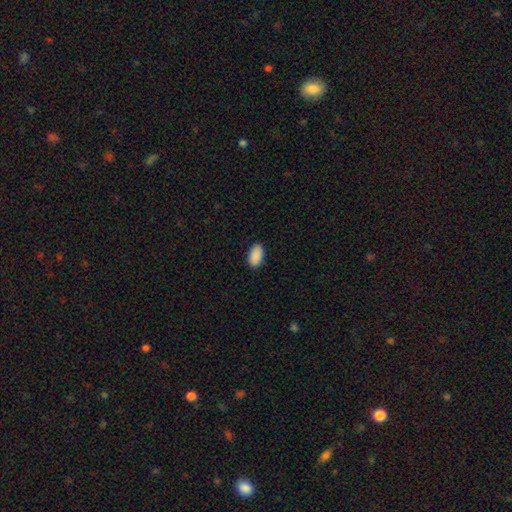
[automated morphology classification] A smooth galaxy with no disk features (91%) that is in between round and cigar-shaped (94%). Merging: none (89%).